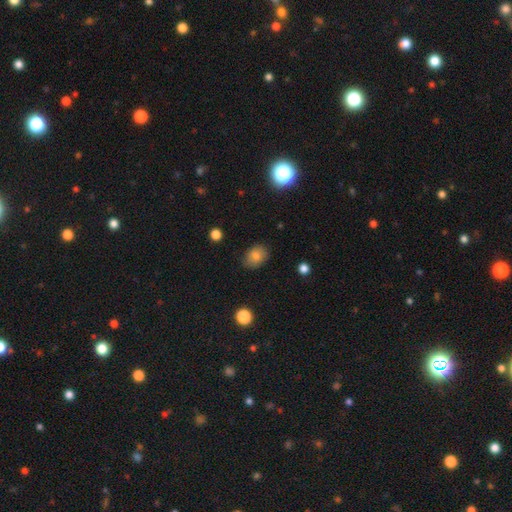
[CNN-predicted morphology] Smooth or featured?
  - smooth: 79% *
  - featured or disk: 10%
  - star or artifact: 10%
How rounded?
  - in between: 65% *
  - round: 34%
  - cigar-shaped: 1%
Merging?
  - none: 79% *
  - minor disturbance: 16%
  - major disturbance: 3%
  - merger: 1%